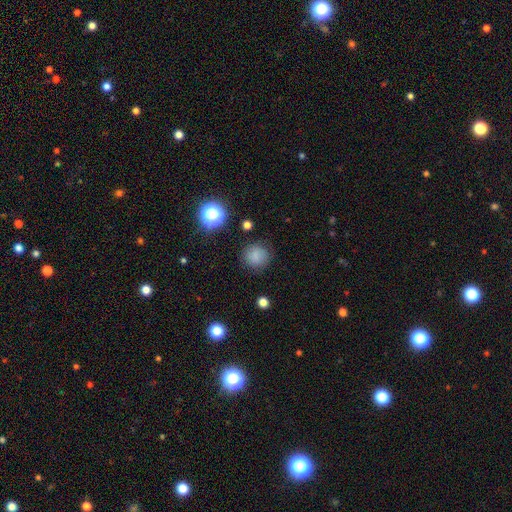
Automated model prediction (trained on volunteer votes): This appears to be a smooth galaxy with no disk features (80%) that is round (88%). Merging: none (83%).